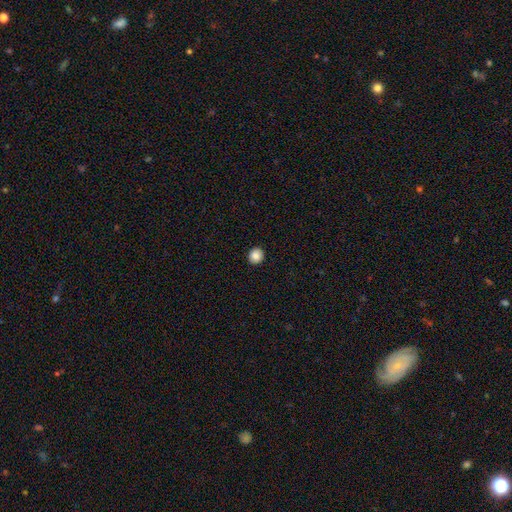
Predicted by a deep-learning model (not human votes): The model was most divided on "smooth or featured": smooth: 86%, star or artifact: 9%, featured or disk: 5%. More confident: merging — none (93%); how rounded — round (89%).